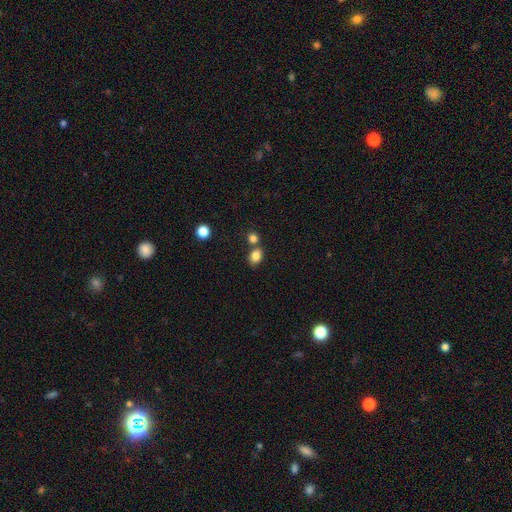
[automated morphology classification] This appears to be a smooth galaxy with no disk features (83%) that is in between round and cigar-shaped (63%). Merging: none (60%).